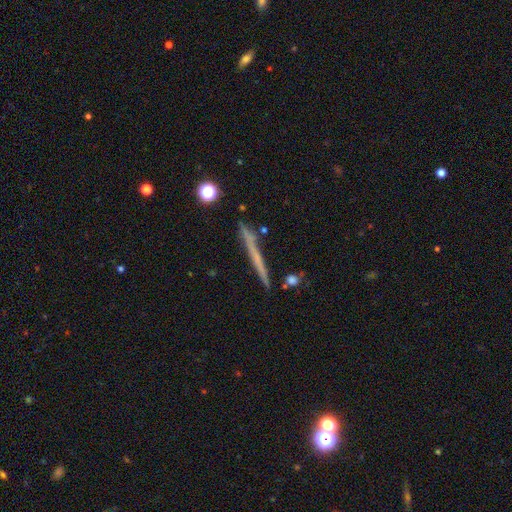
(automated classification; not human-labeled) Morphology: type=featured or disk (47%); merging=none (88%).